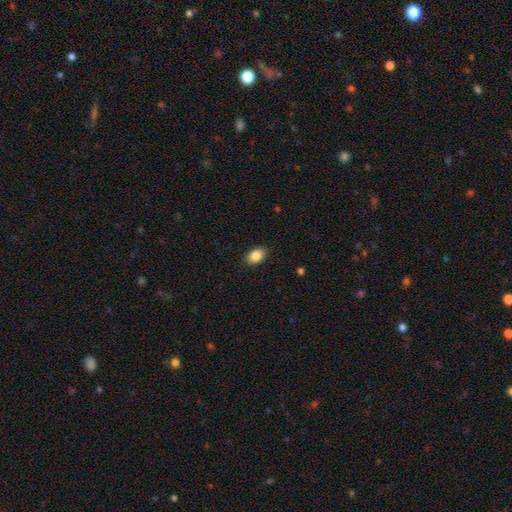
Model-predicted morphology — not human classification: The model was most divided on "how rounded": in between: 84%, round: 15%, cigar-shaped: 1%. More confident: merging — none (88%); smooth or featured — smooth (86%).